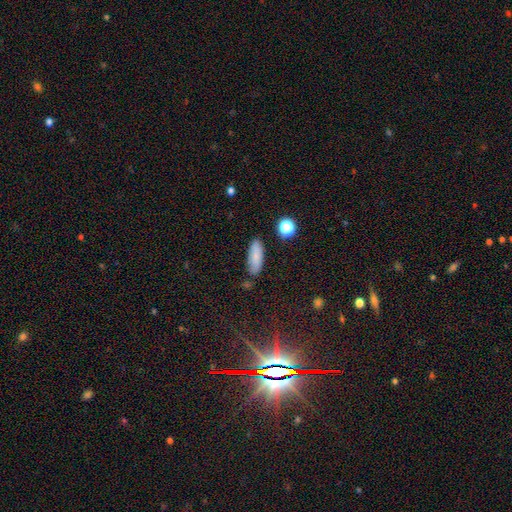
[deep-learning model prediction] smooth_or_featured: smooth (p=0.80) [alt: featured or disk p=0.11]
how_rounded: in between (p=0.70) [alt: cigar-shaped p=0.27]
merging: none (p=0.80) [alt: minor disturbance p=0.14]